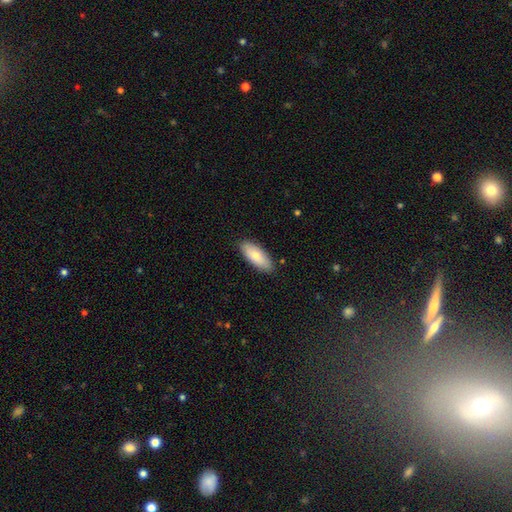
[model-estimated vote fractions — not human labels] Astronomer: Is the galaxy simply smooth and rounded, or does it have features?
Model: smooth — 76%.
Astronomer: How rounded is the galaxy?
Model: in between — 81%.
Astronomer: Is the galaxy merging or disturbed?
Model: none — 87%.